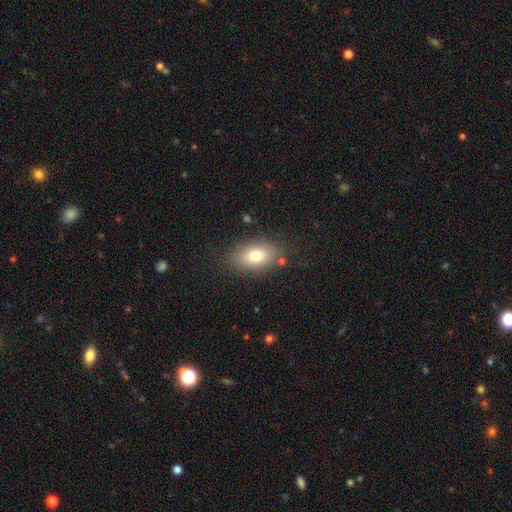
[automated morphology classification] Smooth or featured? smooth (78%)
How rounded? in between (88%)
Merging? none (81%)